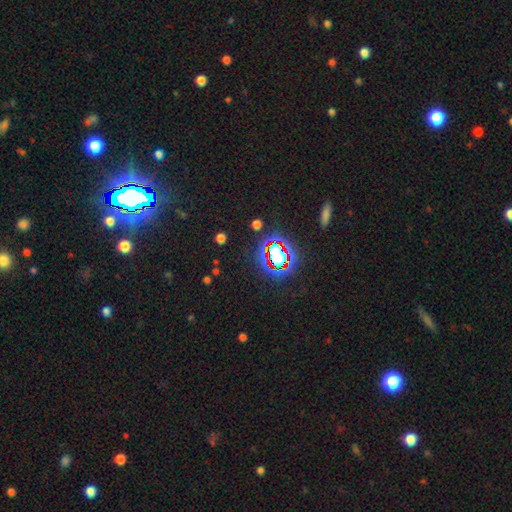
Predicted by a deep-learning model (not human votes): Smooth or featured: star or artifact — 82% (smooth — 10%)